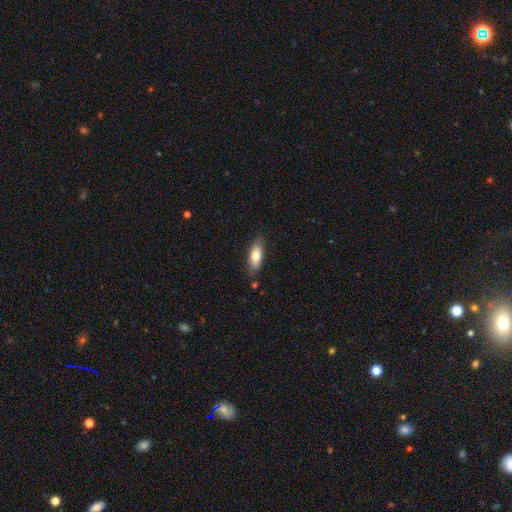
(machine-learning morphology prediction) This appears to be a smooth galaxy with no disk features (77%) that is in between round and cigar-shaped (73%). Merging: none (80%).